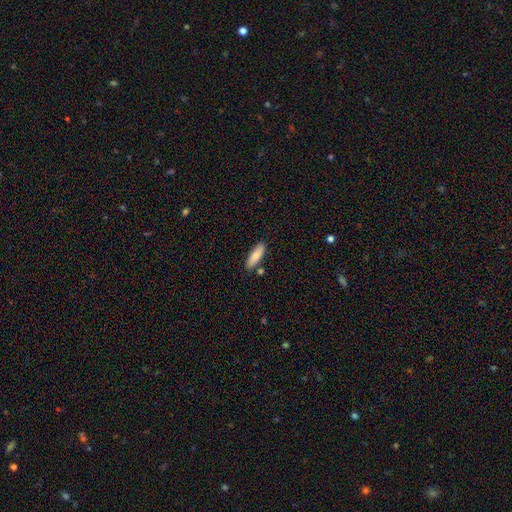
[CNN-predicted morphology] Smooth or featured: smooth — 82% (featured or disk — 12%)
How rounded: in between — 51% (cigar-shaped — 47%)
Merging: none — 81% (minor disturbance — 11%)